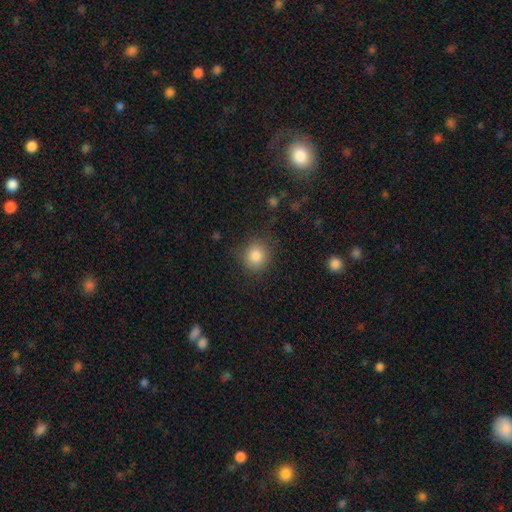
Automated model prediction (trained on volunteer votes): Overall: smooth (84%). How rounded: round (85%). Merging: none (85%).